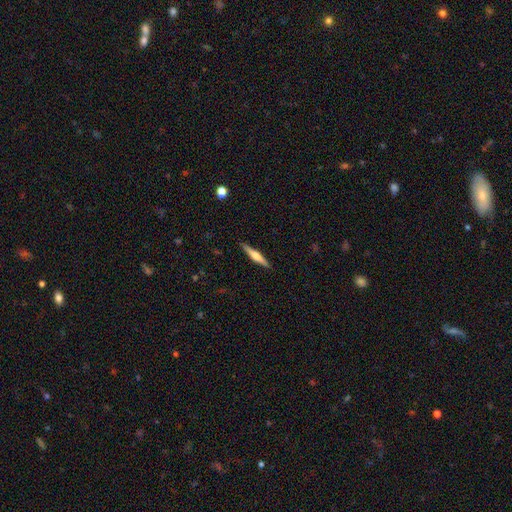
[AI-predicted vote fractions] smooth_or_featured: featured or disk (p=0.56) [alt: smooth p=0.38]
disk_edge_on: yes (p=0.97) [alt: no p=0.03]
edge_on_bulge: rounded (p=0.78) [alt: boxy p=0.13]
merging: none (p=0.91) [alt: minor disturbance p=0.07]